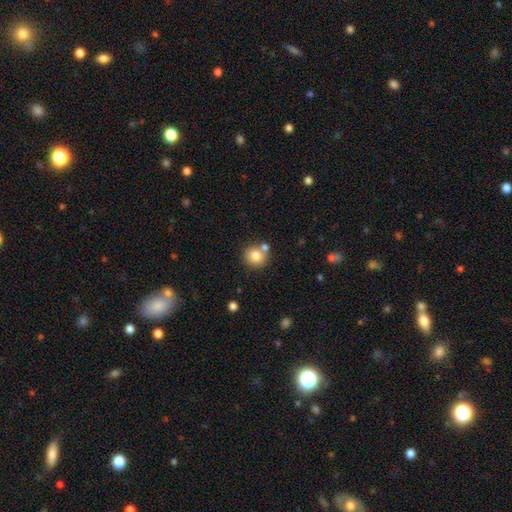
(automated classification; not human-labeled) This is likely a smooth galaxy (79%). How rounded: clearly round (89%). Merging: likely none (68%).